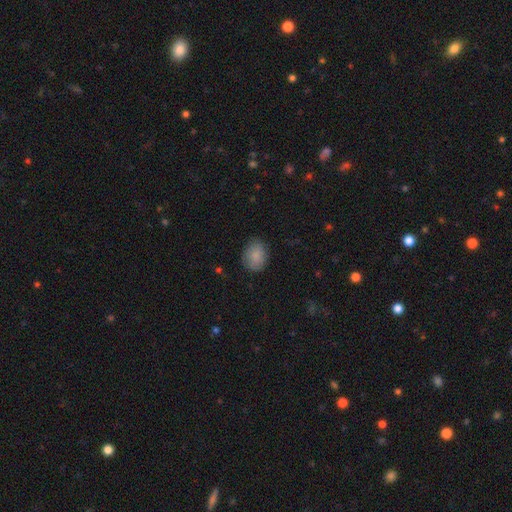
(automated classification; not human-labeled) This is clearly a smooth galaxy (85%). How rounded: possibly in between (59%). Merging: clearly none (81%).